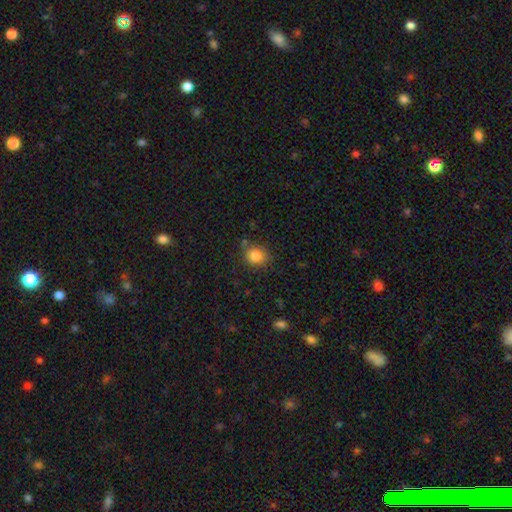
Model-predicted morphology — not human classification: smooth 83%, star or artifact 11%, featured or disk 6%. Down the decision tree: how rounded — round (71%); merging — none (77%).